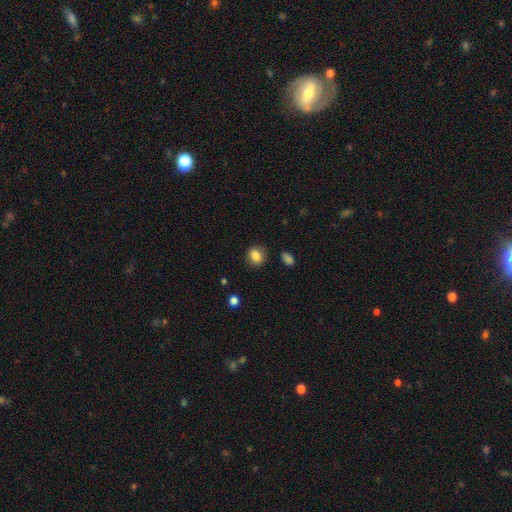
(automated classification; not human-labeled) This appears to be a smooth galaxy with no disk features (85%) that is round (66%). Merging: none (86%).